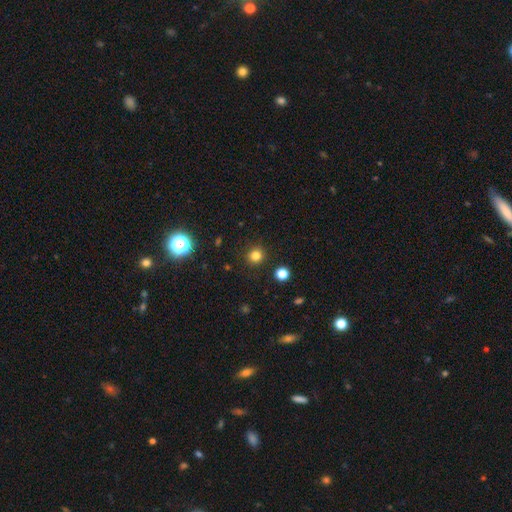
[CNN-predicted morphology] smooth_or_featured: smooth (p=0.80) [alt: star or artifact p=0.15]
how_rounded: round (p=0.93) [alt: in between p=0.06]
merging: none (p=0.91) [alt: minor disturbance p=0.05]